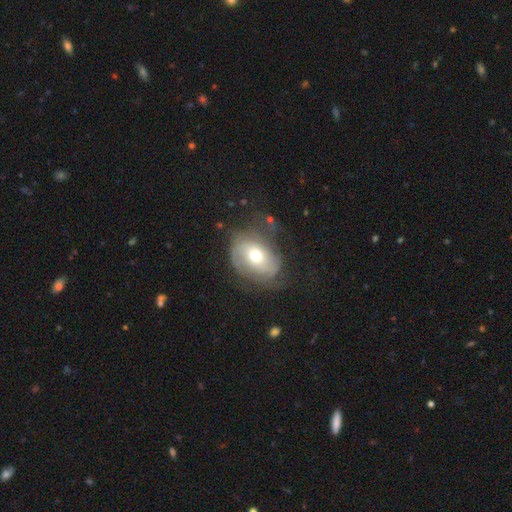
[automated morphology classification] Smooth or featured? featured or disk (49%)
Merging? none (49%)